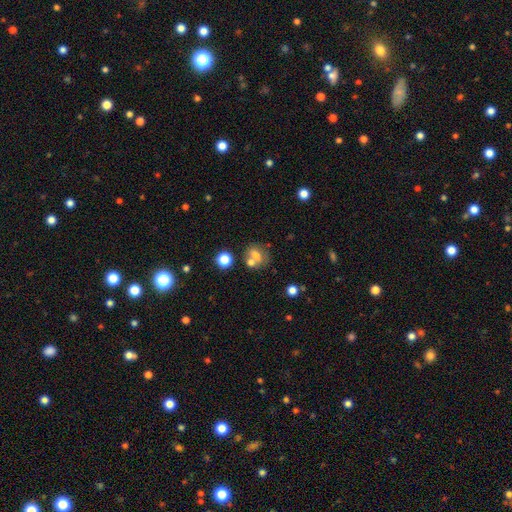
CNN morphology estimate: This is likely a smooth galaxy (65%). How rounded: possibly round (56%). Merging: possibly none (50%).